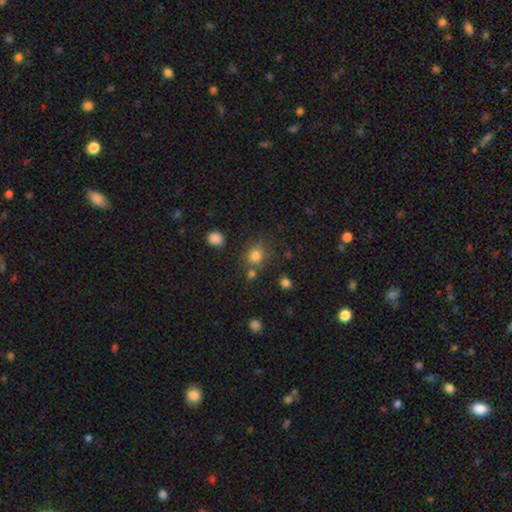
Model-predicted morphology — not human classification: Smooth or featured? Predicted: smooth (p=0.78). How rounded? Predicted: round (p=0.75). Merging? Predicted: none (p=0.67).